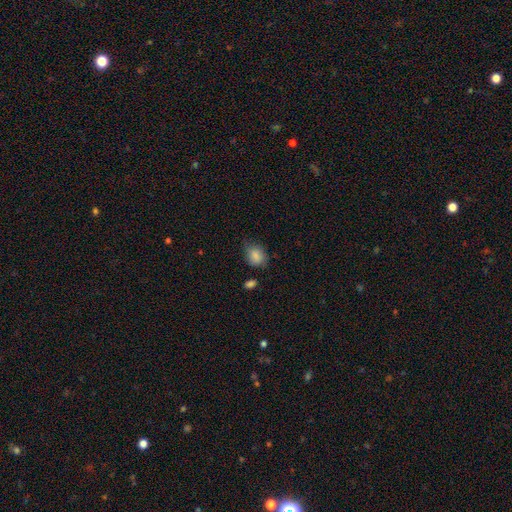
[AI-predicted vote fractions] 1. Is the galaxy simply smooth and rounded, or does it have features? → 85% smooth, 8% star or artifact, 7% featured or disk.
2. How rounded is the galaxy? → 58% in between, 41% round, 1% cigar-shaped.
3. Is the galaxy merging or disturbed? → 61% none, 29% minor disturbance, 7% major disturbance, 3% merger.